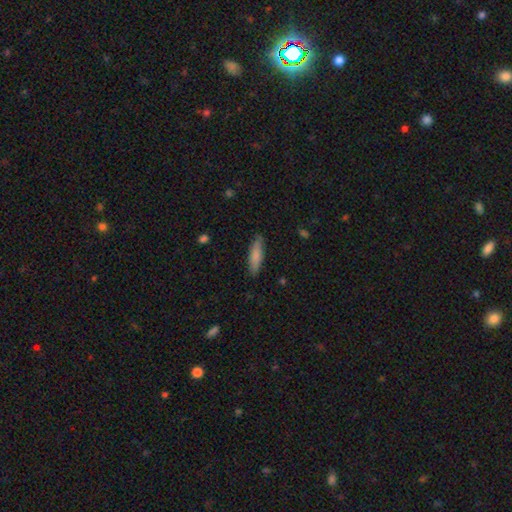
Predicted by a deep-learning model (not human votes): The model was most divided on "how rounded": cigar-shaped: 64%, in between: 35%, round: 2%. More confident: merging — none (86%); smooth or featured — smooth (82%).